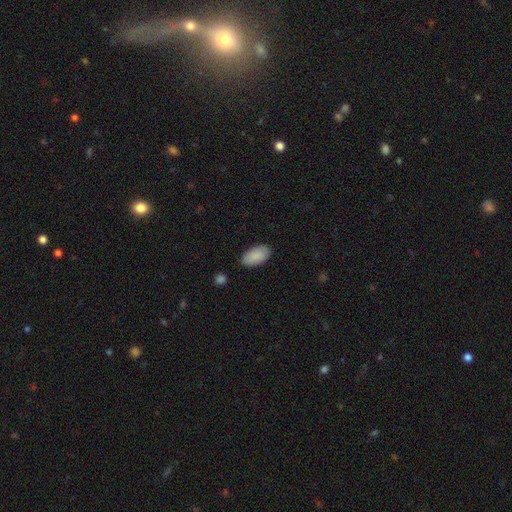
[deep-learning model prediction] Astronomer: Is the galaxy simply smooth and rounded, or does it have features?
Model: smooth — 90%.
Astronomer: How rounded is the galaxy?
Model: in between — 95%.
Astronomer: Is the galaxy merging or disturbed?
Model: none — 85%.